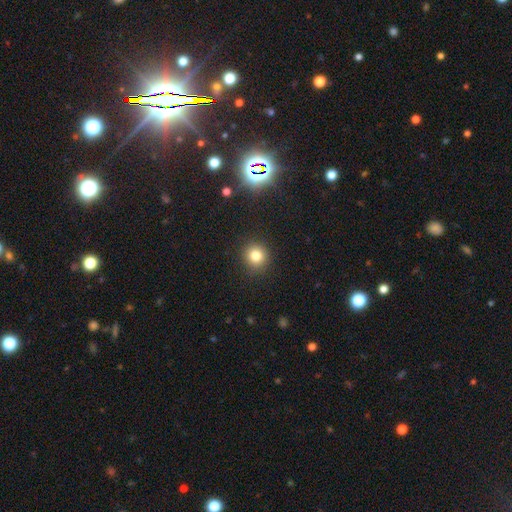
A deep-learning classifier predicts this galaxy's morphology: Smooth or featured? Predicted: smooth (p=0.80). How rounded? Predicted: round (p=0.91). Merging? Predicted: none (p=0.90).